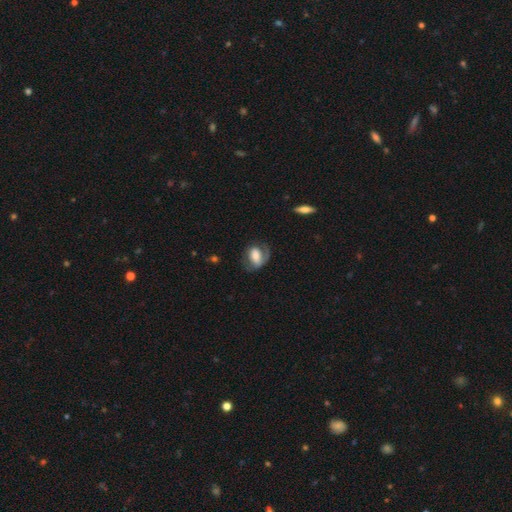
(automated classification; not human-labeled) smooth_or_featured: featured or disk (p=0.52) [alt: smooth p=0.41]
disk_edge_on: no (p=0.95) [alt: yes p=0.05]
merging: none (p=0.55) [alt: minor disturbance p=0.22]